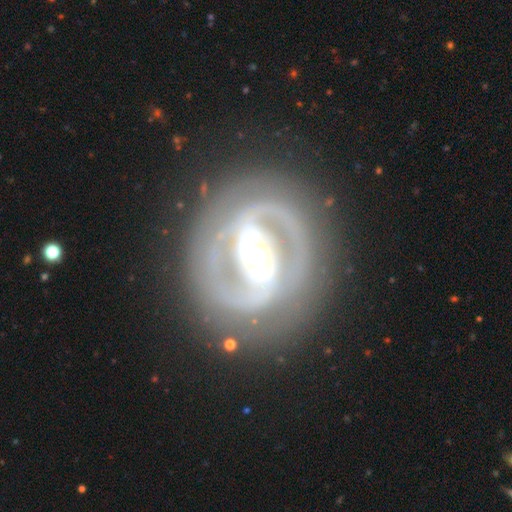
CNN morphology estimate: Overall: featured or disk (88%). Edge-on disk: no (96%). Bar: strong (63%; weak 25%). Spiral arms: yes (89%). Spiral arm count: 2 (84%). Spiral winding: tight (55%; medium 36%). Bulge size: moderate (59%; large 23%). Merging: none (81%).